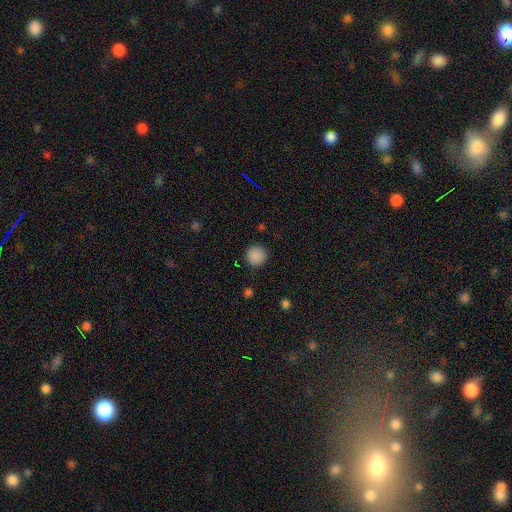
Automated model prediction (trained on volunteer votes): Smooth or featured? Predicted: smooth (p=0.88). How rounded? Predicted: round (p=0.94). Merging? Predicted: none (p=0.89).